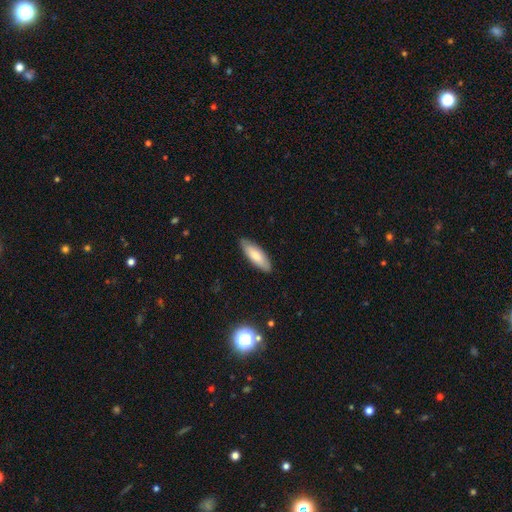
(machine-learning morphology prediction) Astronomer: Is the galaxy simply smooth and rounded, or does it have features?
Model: smooth — 75%.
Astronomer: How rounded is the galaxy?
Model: in between — 63%.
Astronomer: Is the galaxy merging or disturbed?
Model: none — 86%.